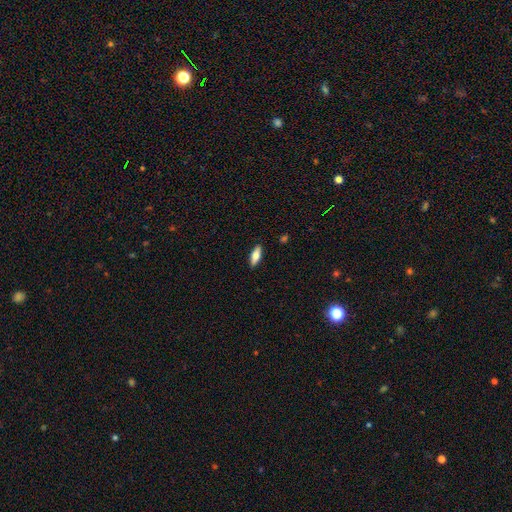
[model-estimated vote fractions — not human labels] This is likely a smooth galaxy (67%). How rounded: likely in between (66%). Merging: clearly none (90%).